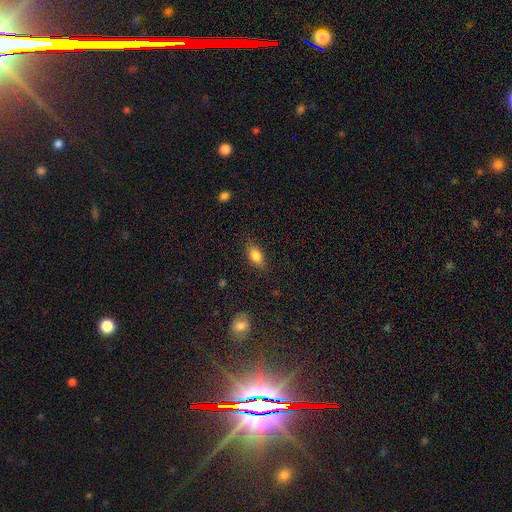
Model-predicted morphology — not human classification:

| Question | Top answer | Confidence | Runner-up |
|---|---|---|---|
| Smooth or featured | smooth | 81% | featured or disk (10%) |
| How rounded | in between | 85% | round (8%) |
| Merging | none | 81% | minor disturbance (14%) |